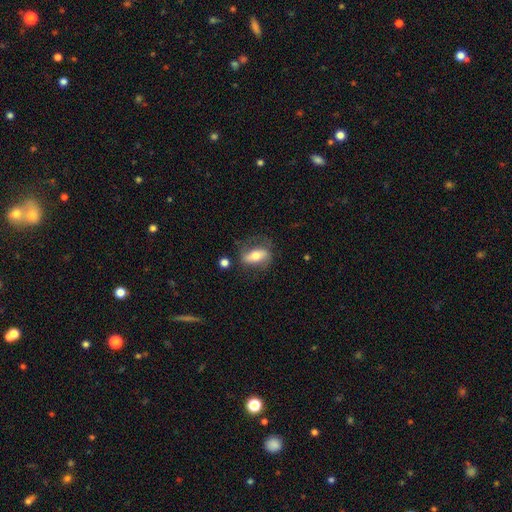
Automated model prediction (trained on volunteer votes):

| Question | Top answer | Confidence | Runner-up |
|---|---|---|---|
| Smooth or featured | smooth | 51% | featured or disk (42%) |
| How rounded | in between | 73% | cigar-shaped (20%) |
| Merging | none | 62% | minor disturbance (21%) |